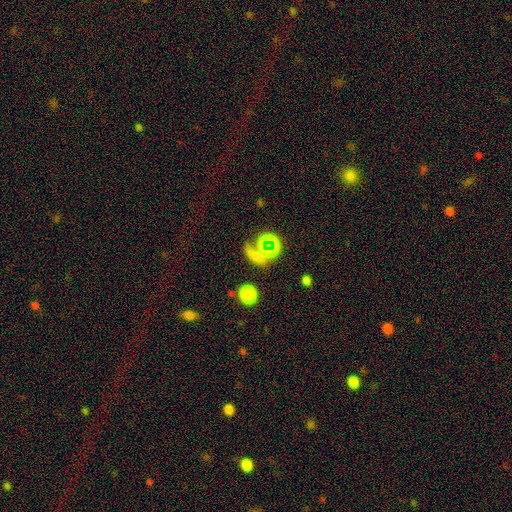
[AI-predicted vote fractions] Smooth or featured: star or artifact — 43% (tied with smooth — 43%)